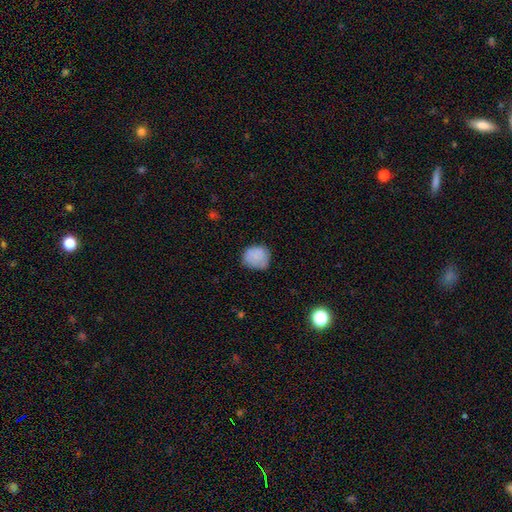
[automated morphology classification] Q: Smooth or featured?
A: smooth (84%); runner-up: star or artifact (9%)
Q: How rounded?
A: round (69%); runner-up: in between (30%)
Q: Merging?
A: none (66%); runner-up: minor disturbance (27%)